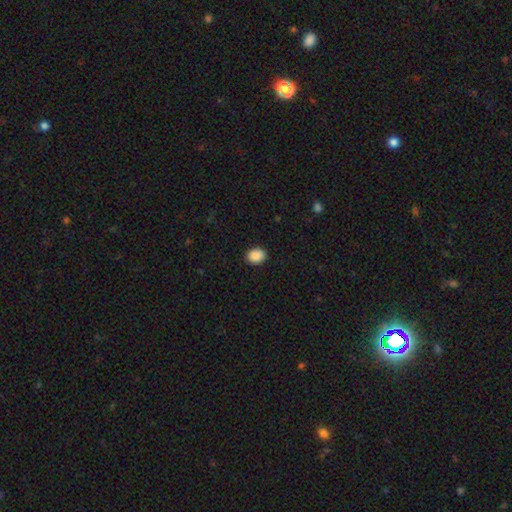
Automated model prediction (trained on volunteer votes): This is clearly a smooth galaxy (90%). How rounded: likely in between (61%). Merging: clearly none (89%).